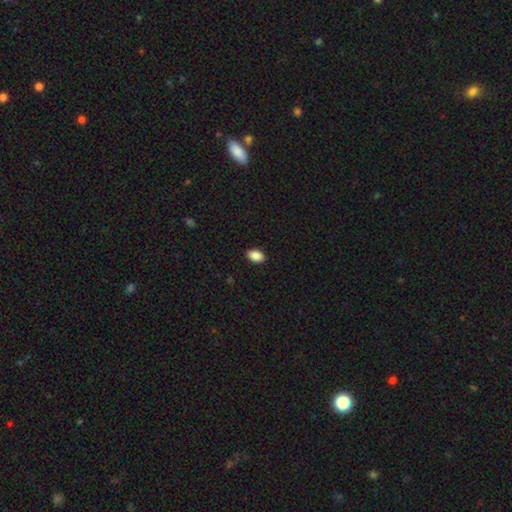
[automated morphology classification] Smooth or featured? smooth (89%)
How rounded? in between (90%)
Merging? none (90%)